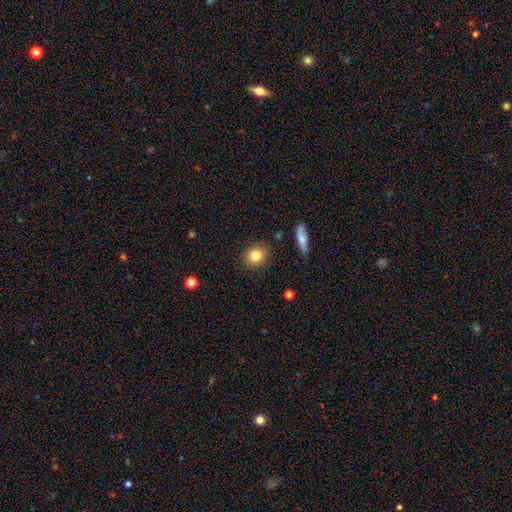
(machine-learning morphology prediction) Overall: smooth (83%). How rounded: round (80%). Merging: none (88%).